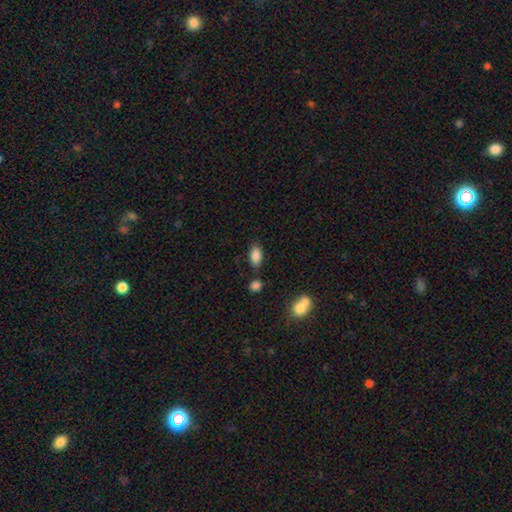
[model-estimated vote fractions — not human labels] A smooth galaxy with no disk features (86%) that is in between round and cigar-shaped (89%).

Vote fractions:
- Smooth or featured? smooth: 86% / star or artifact: 9% / featured or disk: 5%
- How rounded? in between: 89% / round: 7% / cigar-shaped: 4%
- Merging? none: 76% / minor disturbance: 15% / merger: 6% / major disturbance: 4%